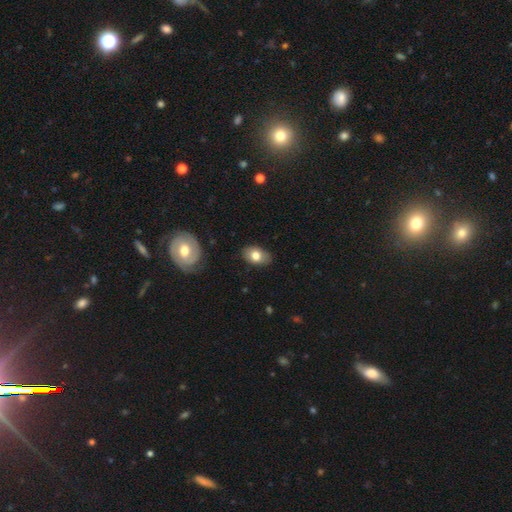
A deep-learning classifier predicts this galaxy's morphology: type=smooth (76%); roundness=in between (86%); merging=none (84%).